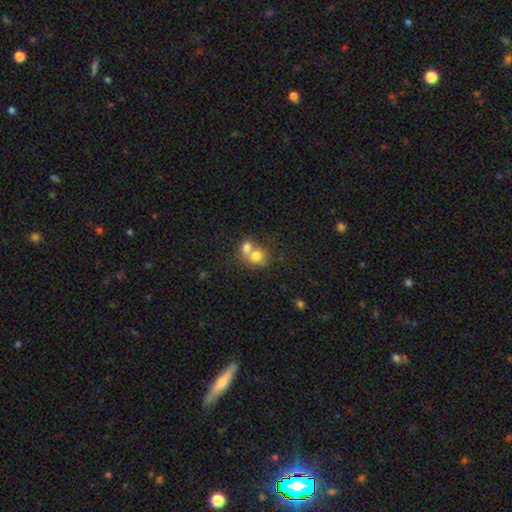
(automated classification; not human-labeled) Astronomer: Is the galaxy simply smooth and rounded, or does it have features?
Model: smooth — 73%.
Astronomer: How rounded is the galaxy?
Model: round — 64%.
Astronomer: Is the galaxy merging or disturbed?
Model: merger — 67%.